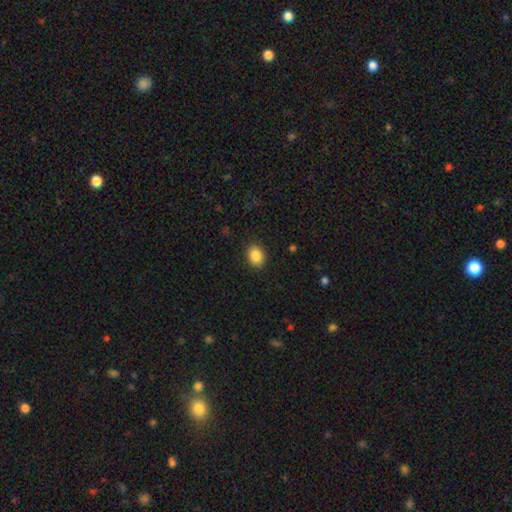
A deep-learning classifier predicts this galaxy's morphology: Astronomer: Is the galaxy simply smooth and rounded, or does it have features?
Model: smooth — 87%.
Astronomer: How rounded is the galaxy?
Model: in between — 59% (runner-up: round, 40%).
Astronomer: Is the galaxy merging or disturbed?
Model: none — 89%.